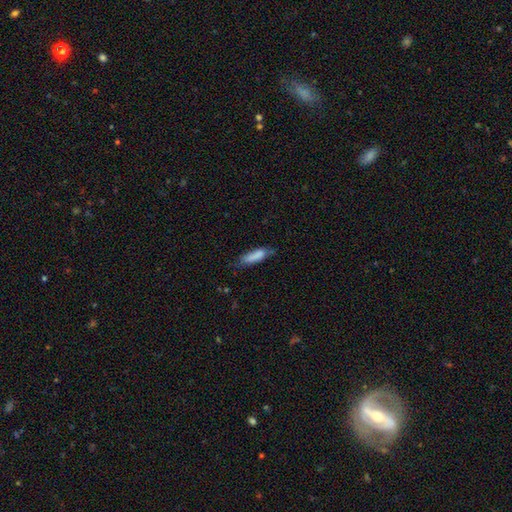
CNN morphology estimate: smooth 80%, featured or disk 13%, star or artifact 7%. Down the decision tree: how rounded — cigar-shaped (61%); merging — none (54%).